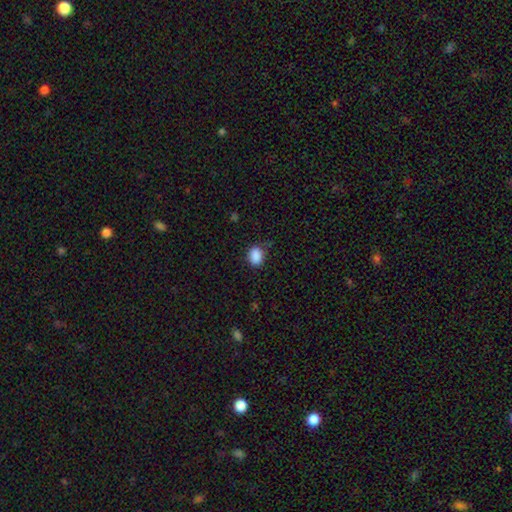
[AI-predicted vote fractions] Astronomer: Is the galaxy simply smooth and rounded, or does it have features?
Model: smooth — 88%.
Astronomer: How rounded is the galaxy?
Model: in between — 65%.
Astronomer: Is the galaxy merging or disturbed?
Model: none — 77%.